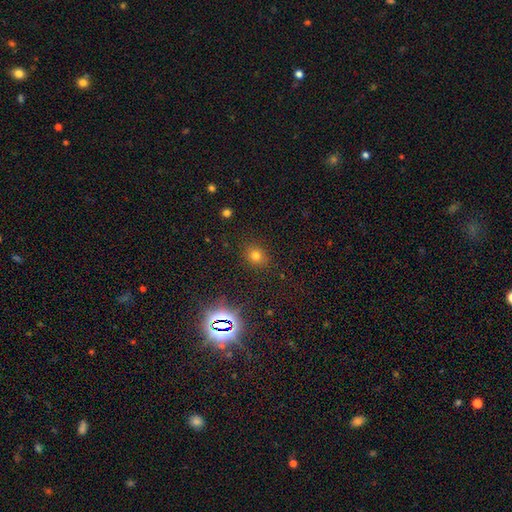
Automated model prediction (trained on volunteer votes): smooth_or_featured: smooth (p=0.71) [alt: star or artifact p=0.21]
how_rounded: round (p=0.70) [alt: in between p=0.29]
merging: none (p=0.86) [alt: minor disturbance p=0.09]